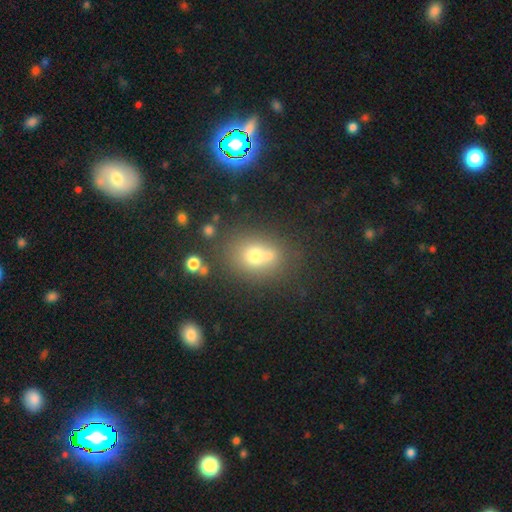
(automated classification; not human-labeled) The model was most divided on "how rounded": round: 51%, in between: 47%, cigar-shaped: 1%. More confident: smooth or featured — smooth (59%); merging — none (50%).